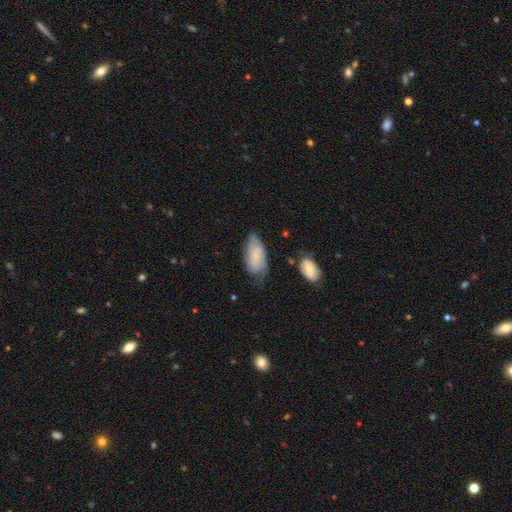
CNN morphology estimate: type=smooth (49%); merging=none (51%).